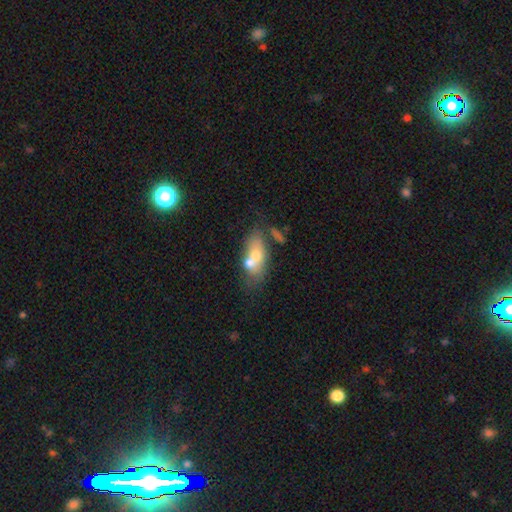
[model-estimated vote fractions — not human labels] A smooth galaxy with no disk features (59%) that is in between round and cigar-shaped (75%). Merging: merger (42%).